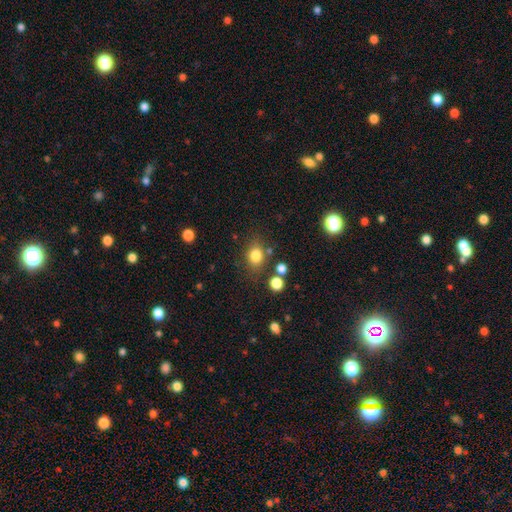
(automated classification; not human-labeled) The model was most divided on "how rounded": round: 53%, in between: 46%, cigar-shaped: 1%. More confident: smooth or featured — smooth (81%); merging — none (74%).